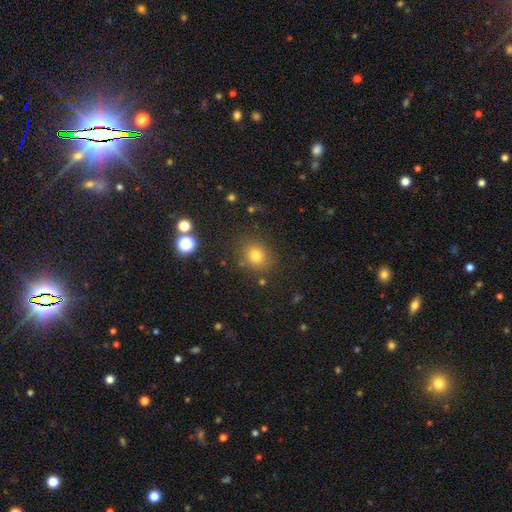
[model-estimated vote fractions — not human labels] Q: Smooth or featured?
A: smooth (77%); runner-up: star or artifact (16%)
Q: How rounded?
A: round (71%); runner-up: in between (28%)
Q: Merging?
A: none (83%); runner-up: minor disturbance (10%)